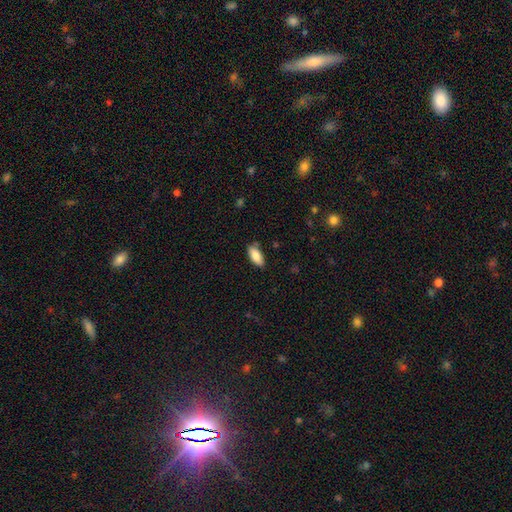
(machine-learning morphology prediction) This appears to be a smooth galaxy with no disk features (87%) that is in between round and cigar-shaped (86%). Merging: none (81%).